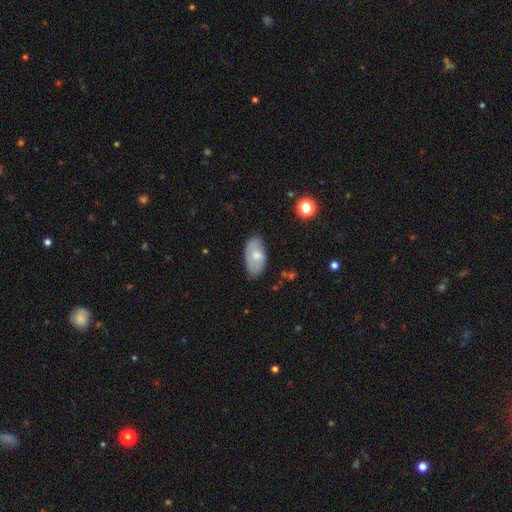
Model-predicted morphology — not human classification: The model was most divided on "smooth or featured": smooth: 68%, featured or disk: 26%, star or artifact: 7%. More confident: how rounded — in between (94%); merging — none (73%).